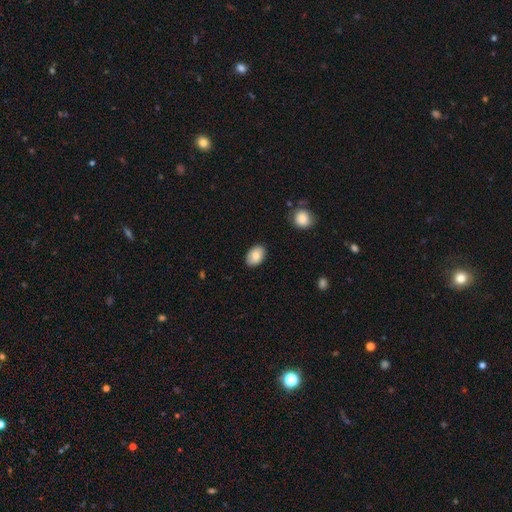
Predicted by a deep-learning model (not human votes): Smooth or featured? Predicted: smooth (p=0.81). How rounded? Predicted: in between (p=0.86). Merging? Predicted: none (p=0.86).